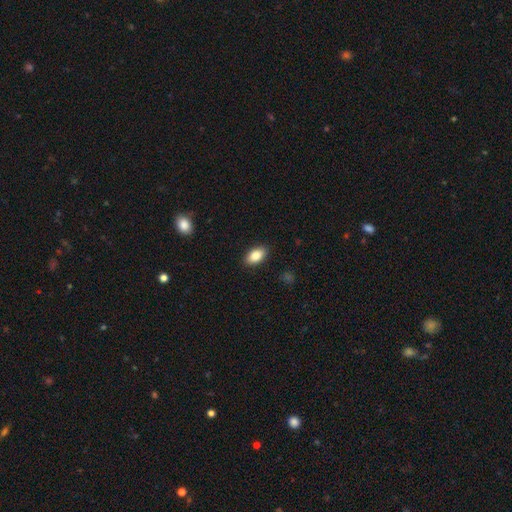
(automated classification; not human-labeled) Overall: smooth (83%). How rounded: in between (91%). Merging: none (89%).